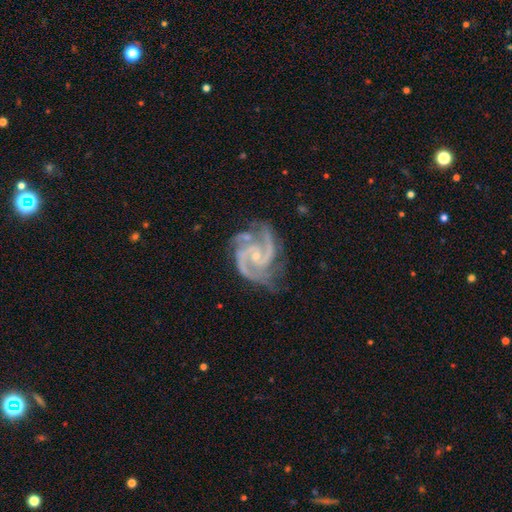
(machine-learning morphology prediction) The model was most divided on "spiral arm count": 2: 44%, 3: 40%, 4: 5%, can't tell: 5%, 1: 3%, more than 4: 3%. More confident: spiral arms — yes (99%); edge-on disk — no (98%); smooth or featured — featured or disk (93%); bulge size — small (75%); merging — none (63%); bar — no (58%); spiral winding — medium (56%).